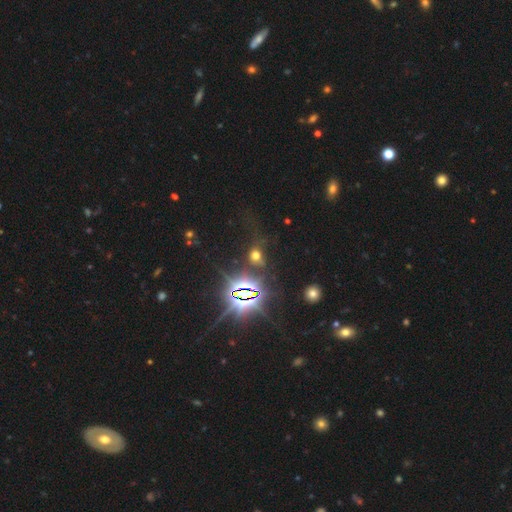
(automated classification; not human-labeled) Overall: star or artifact (48%; smooth 39%).